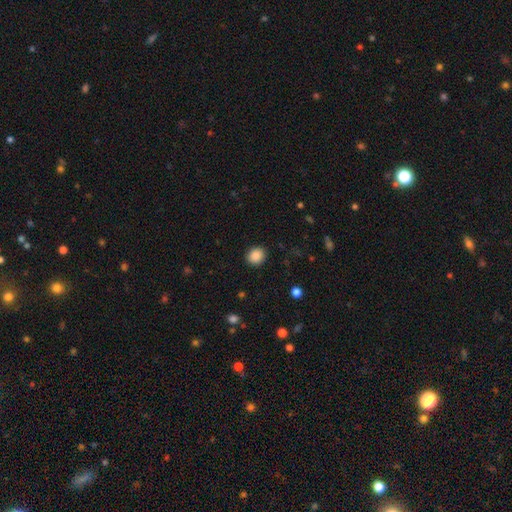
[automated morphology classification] smooth-or-featured: smooth: 88% | star or artifact: 9% | featured or disk: 3%
  how-rounded: round: 75% | in between: 25% | cigar-shaped: 1%
  merging: none: 90% | minor disturbance: 7% | major disturbance: 2% | merger: 1%